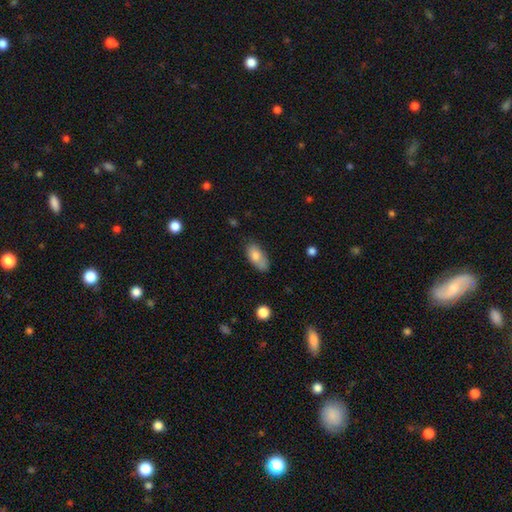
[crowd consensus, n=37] Overall: smooth (70%). How rounded: in between (88%). Merging: none (57%; minor disturbance 31%).